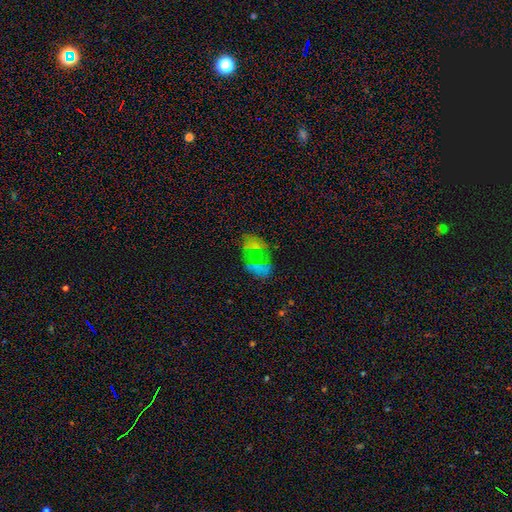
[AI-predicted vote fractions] The model was most divided on "smooth or featured": smooth: 37%, star or artifact: 32%, featured or disk: 32%. Remaining: merging — none (42%).